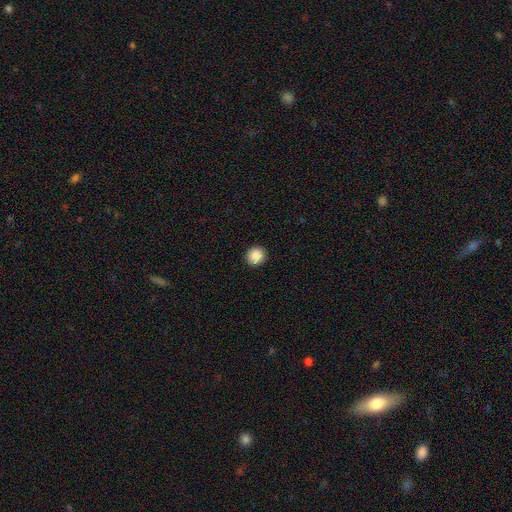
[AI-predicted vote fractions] smooth 88%, star or artifact 9%, featured or disk 3%. Down the decision tree: how rounded — round (89%); merging — none (91%).